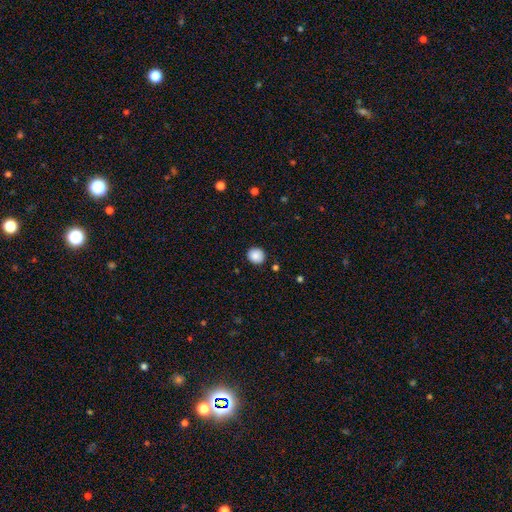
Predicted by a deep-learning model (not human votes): Overall: smooth (88%). How rounded: round (86%). Merging: none (90%).